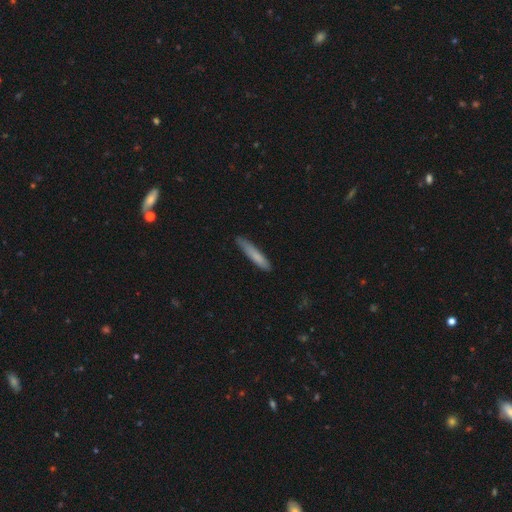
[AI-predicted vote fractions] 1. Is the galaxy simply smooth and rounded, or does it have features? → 78% smooth, 16% featured or disk, 6% star or artifact.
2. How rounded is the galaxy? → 92% cigar-shaped, 7% in between, 1% round.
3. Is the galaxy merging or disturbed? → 81% none, 15% minor disturbance, 2% major disturbance, 1% merger.